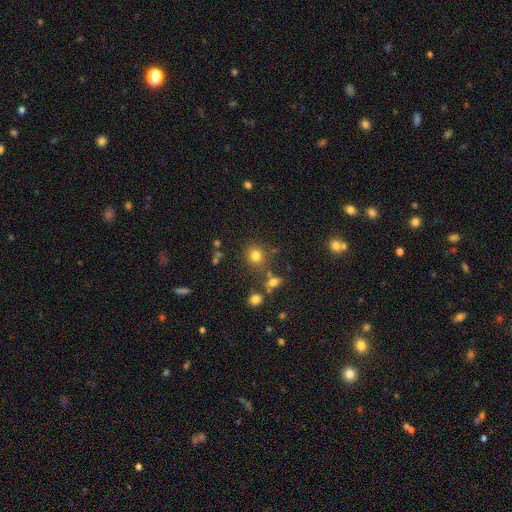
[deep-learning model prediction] smooth-or-featured: smooth: 77% | star or artifact: 15% | featured or disk: 8%
  how-rounded: round: 80% | in between: 19% | cigar-shaped: 1%
  merging: none: 76% | minor disturbance: 11% | merger: 9% | major disturbance: 5%